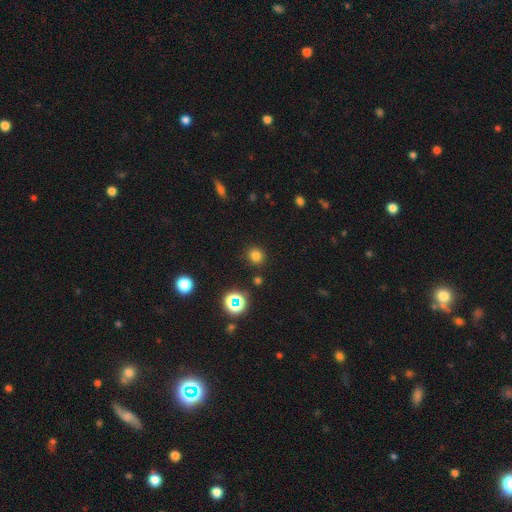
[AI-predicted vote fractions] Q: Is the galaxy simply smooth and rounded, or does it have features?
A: smooth — 76%.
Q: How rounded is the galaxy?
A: round — 87%.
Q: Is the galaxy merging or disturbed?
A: none — 88%.